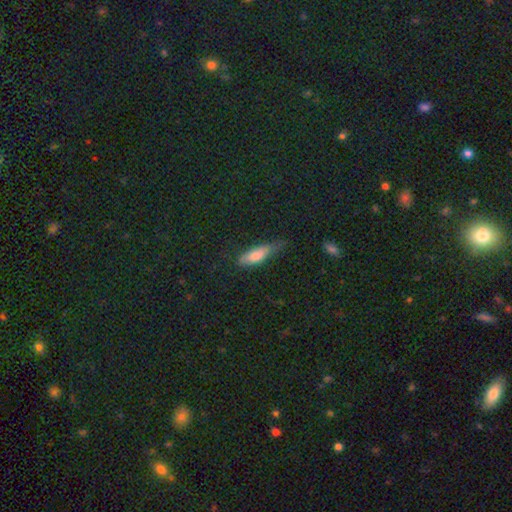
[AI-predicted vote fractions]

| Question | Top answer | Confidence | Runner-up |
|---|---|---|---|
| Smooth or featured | smooth | 74% | featured or disk (18%) |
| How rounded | in between | 54% | cigar-shaped (43%) |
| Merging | none | 45% | minor disturbance (38%) |